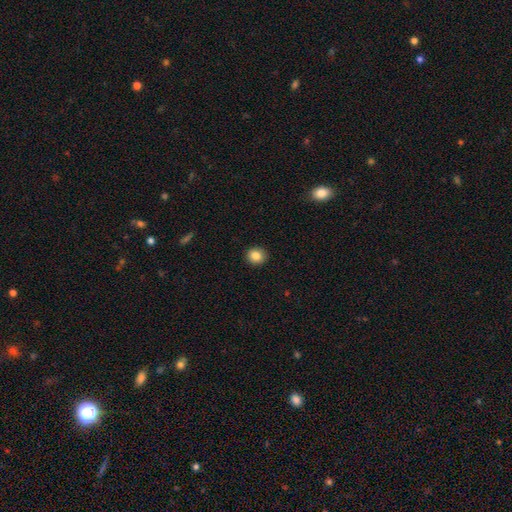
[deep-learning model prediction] Overall: smooth (85%). How rounded: round (81%). Merging: none (92%).